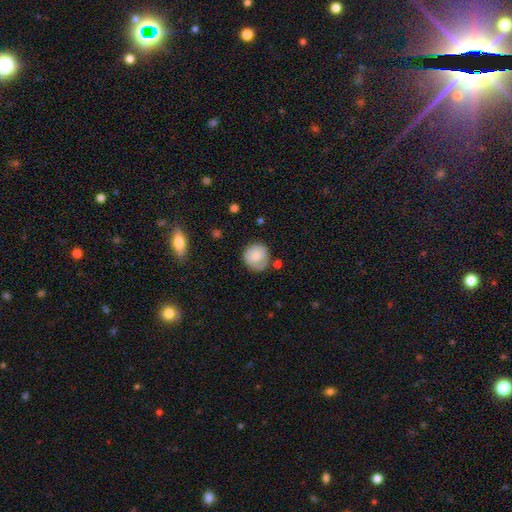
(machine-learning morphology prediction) Smooth or featured? Predicted: smooth (p=0.75). How rounded? Predicted: round (p=0.87). Merging? Predicted: none (p=0.63).